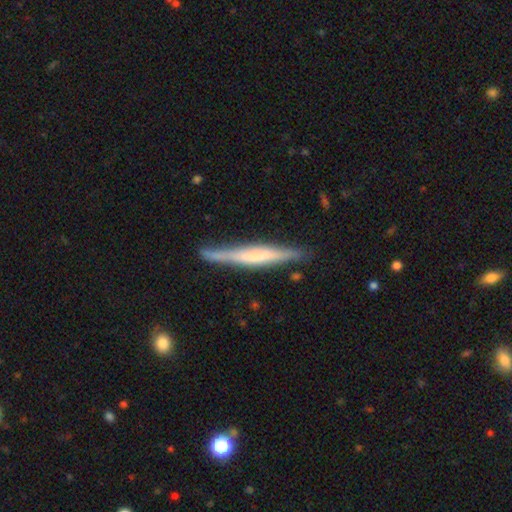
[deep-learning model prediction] Q: Smooth or featured?
A: featured or disk (62%); runner-up: smooth (32%)
Q: Edge-on disk?
A: yes (96%); runner-up: no (4%)
Q: Edge-on bulge?
A: none (43%); runner-up: rounded (35%)
Q: Merging?
A: none (82%); runner-up: minor disturbance (14%)